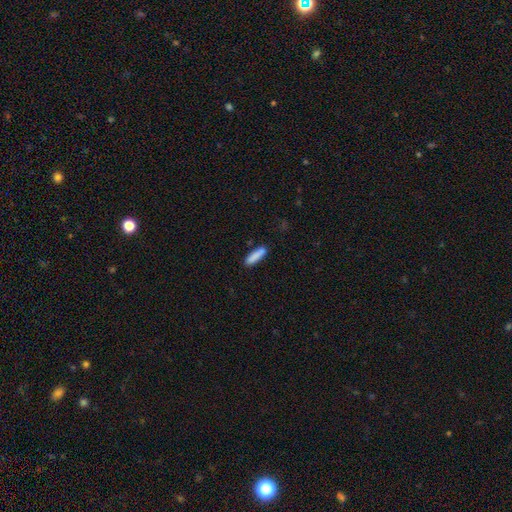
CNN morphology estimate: smooth 87%, star or artifact 6%, featured or disk 6%. Down the decision tree: how rounded — cigar-shaped (73%); merging — none (85%).